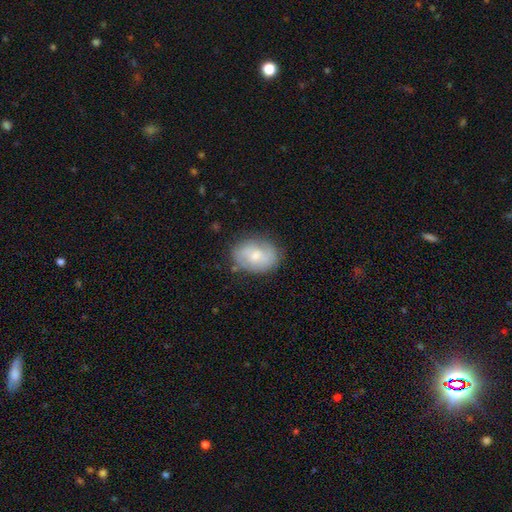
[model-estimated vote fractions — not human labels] smooth-or-featured: smooth: 57% | featured or disk: 36% | star or artifact: 7%
  how-rounded: in between: 73% | round: 26% | cigar-shaped: 1%
  merging: none: 72% | minor disturbance: 20% | major disturbance: 5% | merger: 3%